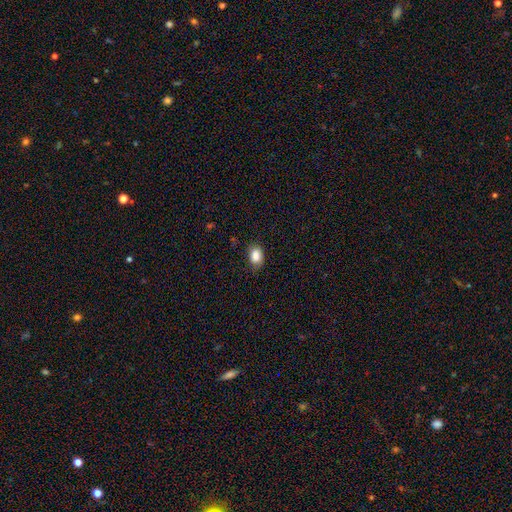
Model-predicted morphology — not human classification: Smooth or featured? smooth (86%)
How rounded? in between (73%)
Merging? none (74%)